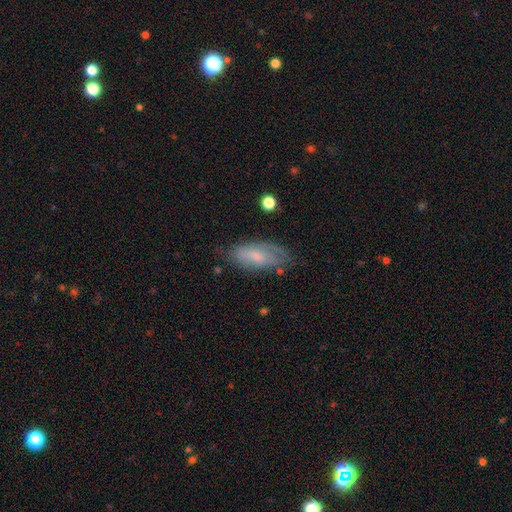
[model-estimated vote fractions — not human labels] Q: Smooth or featured?
A: smooth (60%); runner-up: featured or disk (32%)
Q: How rounded?
A: in between (84%); runner-up: cigar-shaped (13%)
Q: Merging?
A: none (64%); runner-up: minor disturbance (26%)